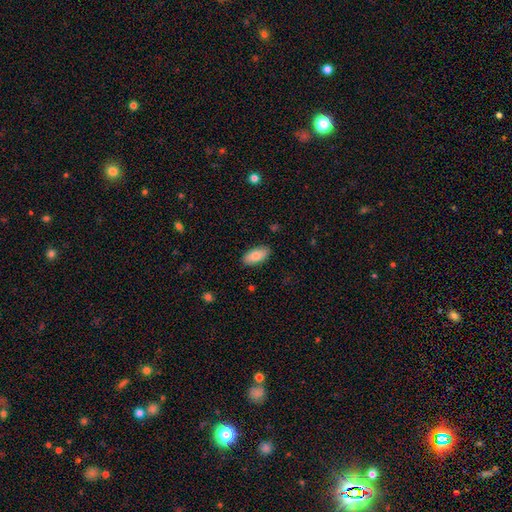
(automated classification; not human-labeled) Smooth or featured?
  - smooth: 86% *
  - featured or disk: 7%
  - star or artifact: 6%
How rounded?
  - in between: 92% *
  - cigar-shaped: 6%
  - round: 2%
Merging?
  - none: 88% *
  - minor disturbance: 9%
  - major disturbance: 2%
  - merger: 1%